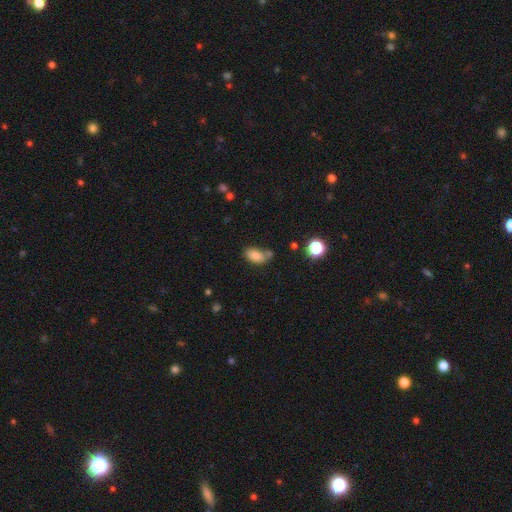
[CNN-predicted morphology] A smooth galaxy with no disk features (82%) that is in between round and cigar-shaped (91%).

Vote fractions:
- Smooth or featured? smooth: 82% / star or artifact: 11% / featured or disk: 7%
- How rounded? in between: 91% / round: 6% / cigar-shaped: 3%
- Merging? none: 54% / minor disturbance: 20% / merger: 19% / major disturbance: 7%